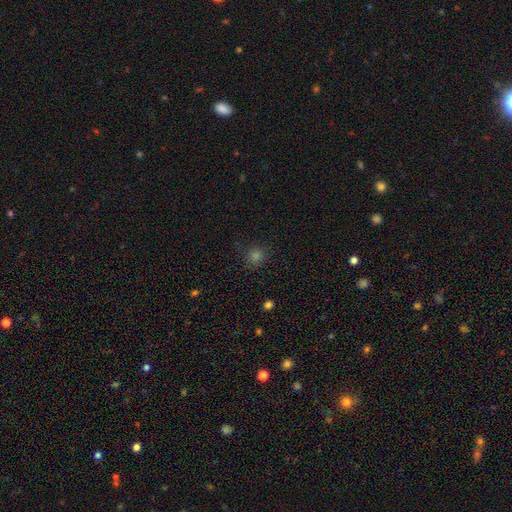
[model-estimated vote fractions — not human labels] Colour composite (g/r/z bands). It shows a smooth galaxy with no disk features (71%) that is round (91%). Merging: none (88%).